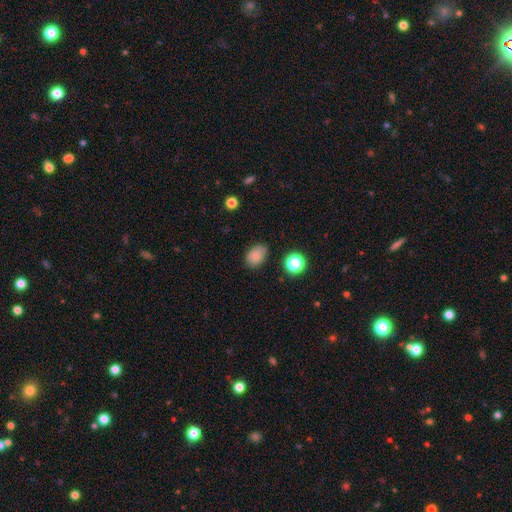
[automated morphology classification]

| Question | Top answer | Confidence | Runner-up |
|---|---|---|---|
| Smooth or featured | smooth | 78% | star or artifact (12%) |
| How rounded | in between | 72% | round (27%) |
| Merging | none | 69% | minor disturbance (24%) |